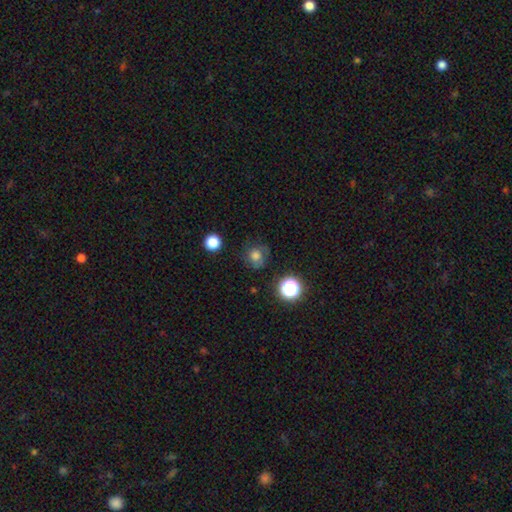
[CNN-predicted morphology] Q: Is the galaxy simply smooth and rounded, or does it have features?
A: smooth — 66%.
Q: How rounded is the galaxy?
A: round — 86%.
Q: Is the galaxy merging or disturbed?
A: none — 69%.